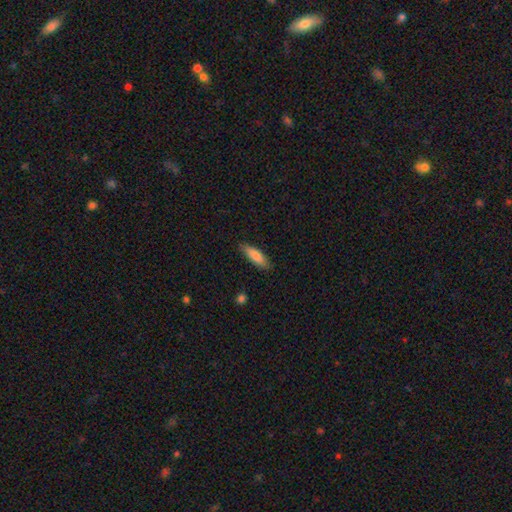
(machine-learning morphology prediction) This is clearly a smooth galaxy (85%). How rounded: possibly cigar-shaped (53%). Merging: clearly none (84%).